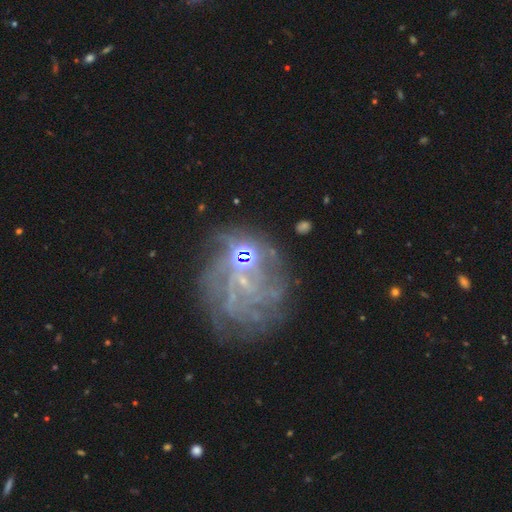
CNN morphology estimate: Smooth or featured: featured or disk — 55% (star or artifact — 31%)
Edge-on disk: no — 96% (yes — 4%)
Bar: no — 64% (weak — 27%)
Spiral arms: yes — 68% (no — 32%)
Bulge size: small — 40% (moderate — 30%)
Merging: none — 59% (major disturbance — 20%)